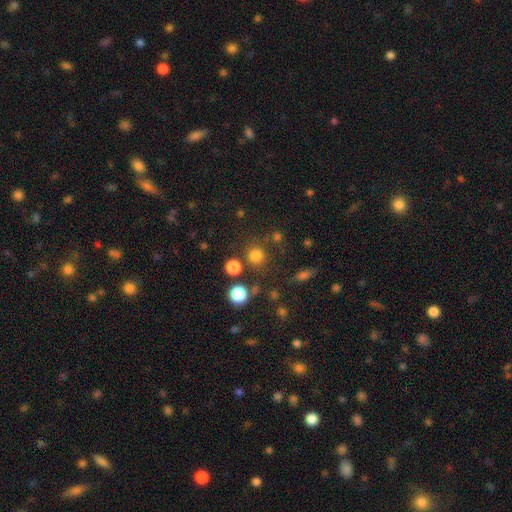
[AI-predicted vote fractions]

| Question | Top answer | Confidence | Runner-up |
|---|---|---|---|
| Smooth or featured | smooth | 79% | star or artifact (16%) |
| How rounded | round | 92% | in between (7%) |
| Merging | none | 79% | merger (9%) |